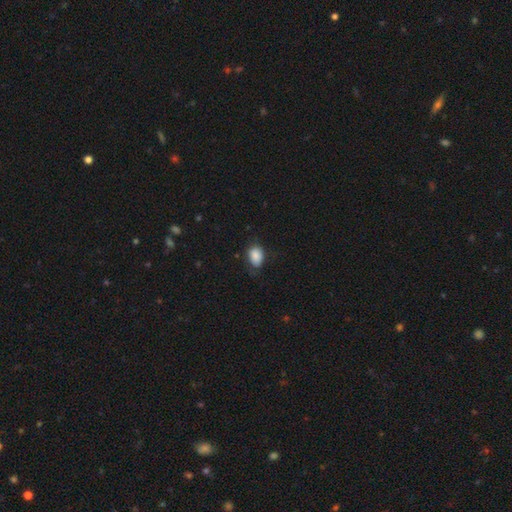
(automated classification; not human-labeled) A smooth galaxy with no disk features (85%) that is in between round and cigar-shaped (82%). Merging: none (62%).